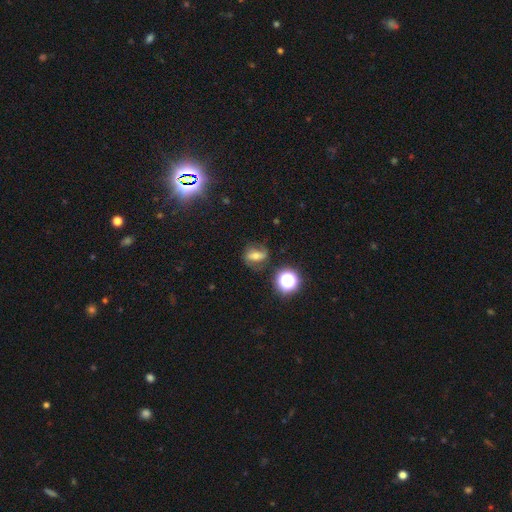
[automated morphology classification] Smooth or featured?
  - featured or disk: 42% *
  - smooth: 39%
  - star or artifact: 19%
Merging?
  - none: 69% *
  - minor disturbance: 19%
  - major disturbance: 9%
  - merger: 3%